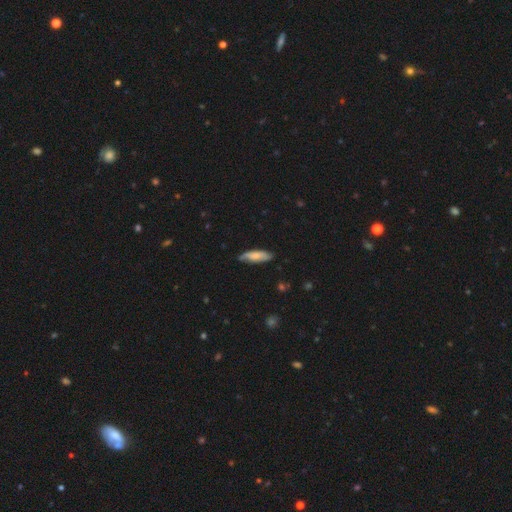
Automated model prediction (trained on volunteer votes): Smooth or featured? smooth (70%)
How rounded? cigar-shaped (49%, tied with in between)
Merging? none (75%)